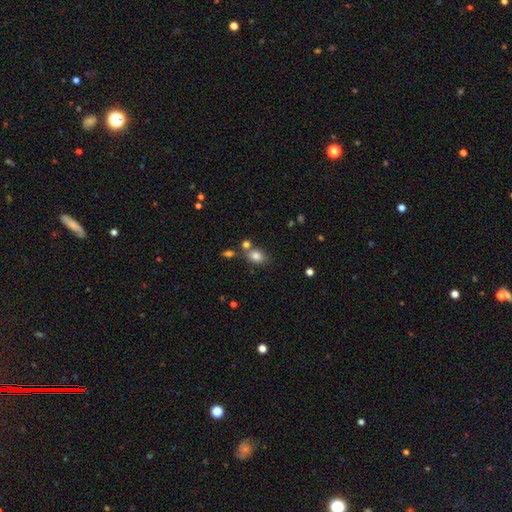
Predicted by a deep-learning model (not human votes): A smooth galaxy with no disk features (81%) that is in between round and cigar-shaped (70%). Merging: none (61%).